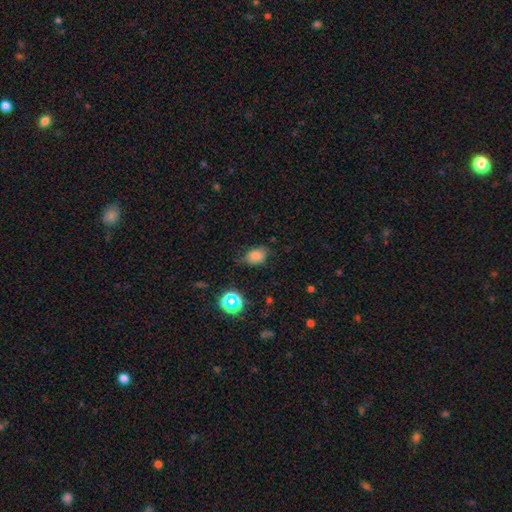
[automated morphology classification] type=smooth (75%); roundness=in between (67%); merging=none (65%).